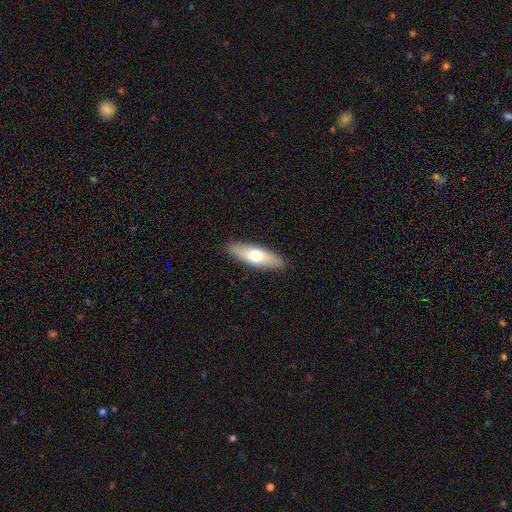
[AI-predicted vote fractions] The model was most divided on "how rounded": cigar-shaped: 50%, in between: 48%, round: 2%. More confident: merging — none (89%); smooth or featured — smooth (64%).